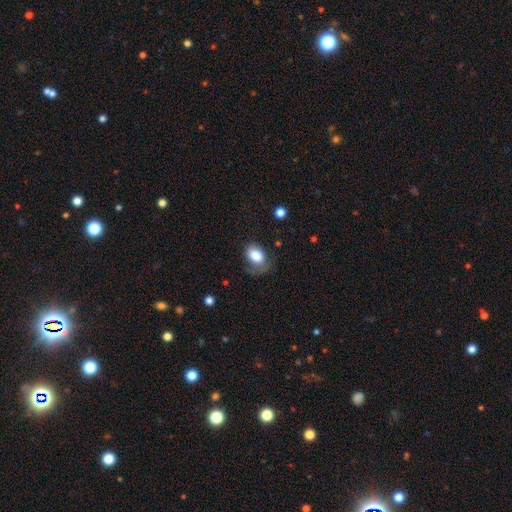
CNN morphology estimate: Smooth or featured? Predicted: smooth (p=0.82). How rounded? Predicted: in between (p=0.73). Merging? Predicted: none (p=0.46).